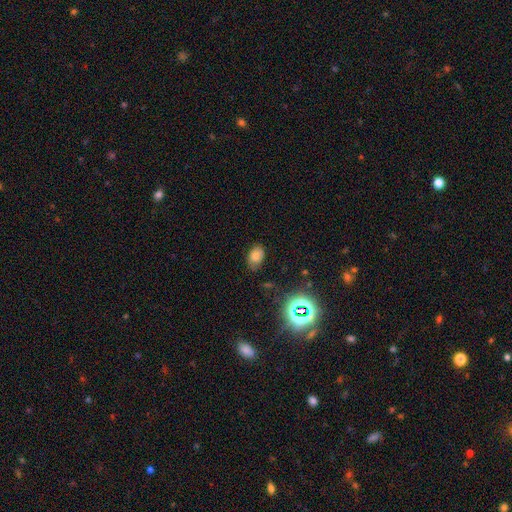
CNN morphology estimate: Q: Smooth or featured?
A: smooth (71%); runner-up: star or artifact (17%)
Q: How rounded?
A: in between (83%); runner-up: round (16%)
Q: Merging?
A: none (72%); runner-up: minor disturbance (21%)